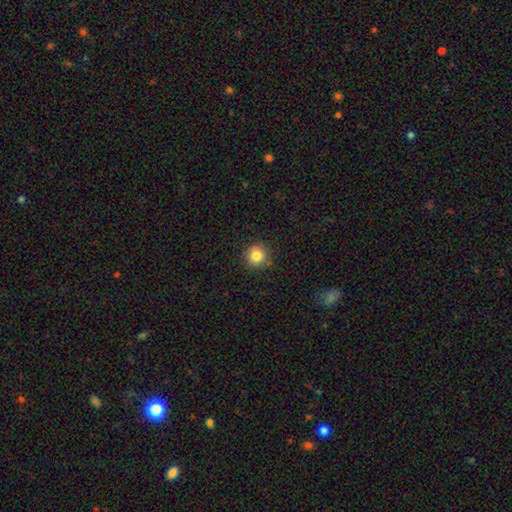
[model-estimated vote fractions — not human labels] smooth_or_featured: smooth (p=0.83) [alt: star or artifact p=0.11]
how_rounded: round (p=0.93) [alt: in between p=0.06]
merging: none (p=0.88) [alt: minor disturbance p=0.08]